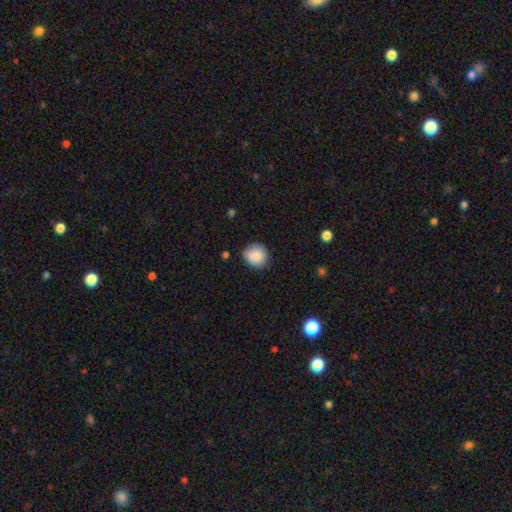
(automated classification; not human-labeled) Overall: smooth (86%). How rounded: round (87%). Merging: none (78%).